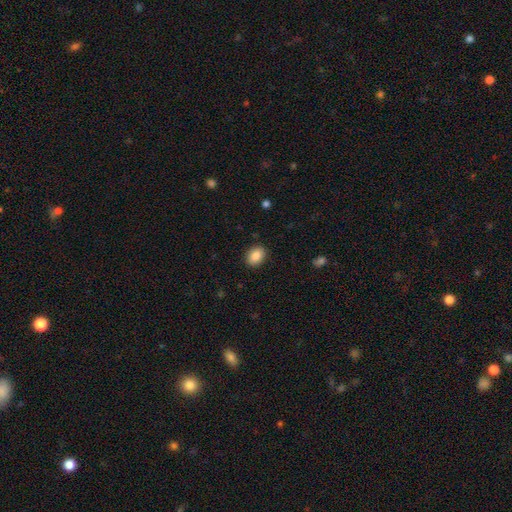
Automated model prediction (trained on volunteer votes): This appears to be a smooth galaxy with no disk features (88%) that is in between round and cigar-shaped (68%). Merging: none (90%).